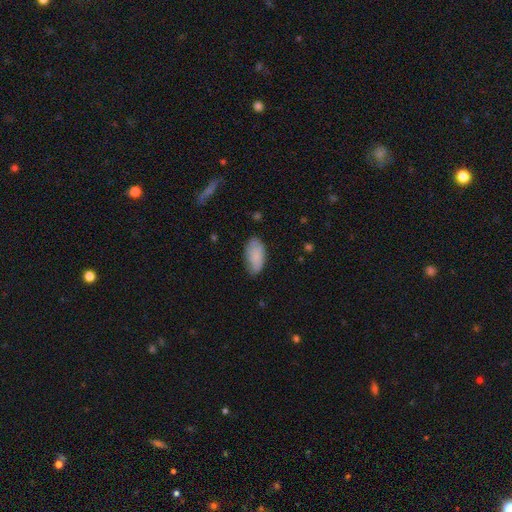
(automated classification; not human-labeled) This is clearly a smooth galaxy (81%). How rounded: clearly in between (94%). Merging: likely none (71%).